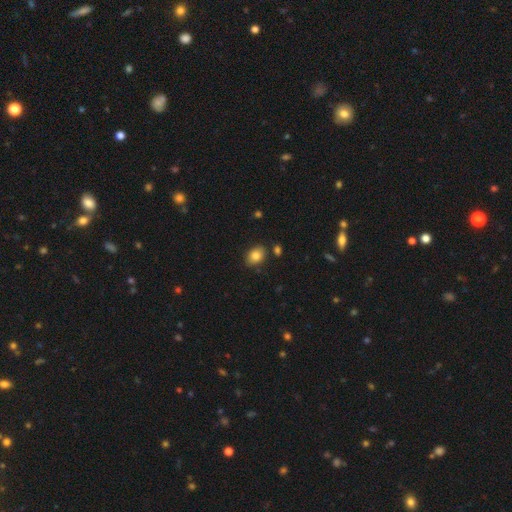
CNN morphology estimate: Smooth or featured? Predicted: smooth (p=0.83). How rounded? Predicted: in between (p=0.73). Merging? Predicted: none (p=0.82).